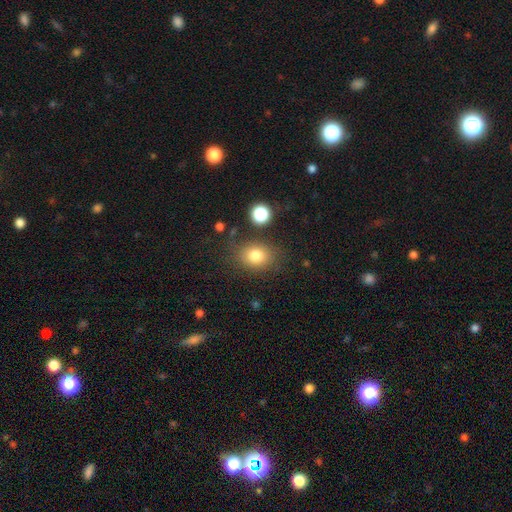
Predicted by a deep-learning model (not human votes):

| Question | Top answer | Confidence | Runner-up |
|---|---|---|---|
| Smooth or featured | smooth | 79% | star or artifact (12%) |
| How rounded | round | 50% | in between (49%) |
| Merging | none | 76% | minor disturbance (14%) |